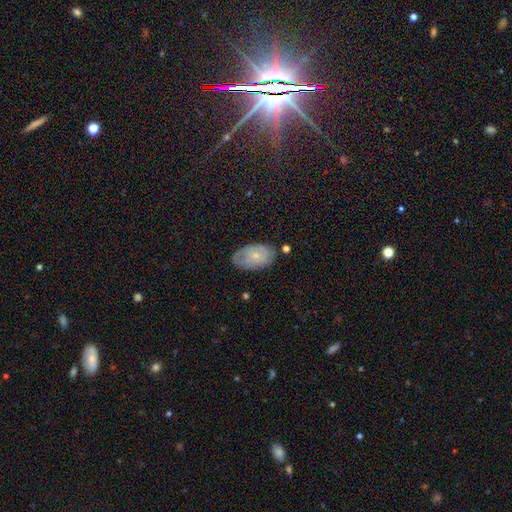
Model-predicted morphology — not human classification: type=smooth (48%); merging=none (66%).